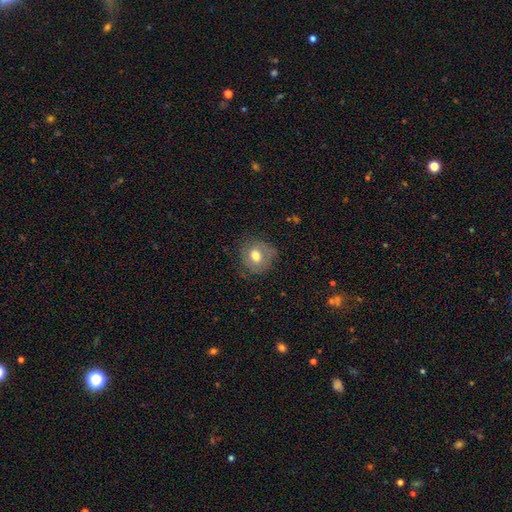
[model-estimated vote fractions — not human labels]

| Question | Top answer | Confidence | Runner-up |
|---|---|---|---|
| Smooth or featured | smooth | 70% | featured or disk (20%) |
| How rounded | round | 77% | in between (22%) |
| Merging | none | 72% | minor disturbance (20%) |